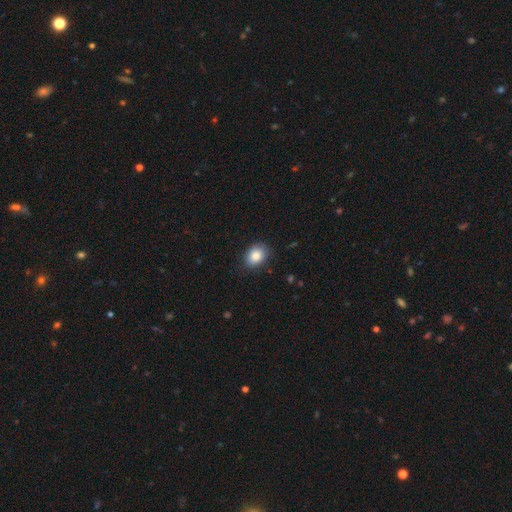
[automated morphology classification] Overall: smooth (86%). How rounded: in between (70%). Merging: none (81%).